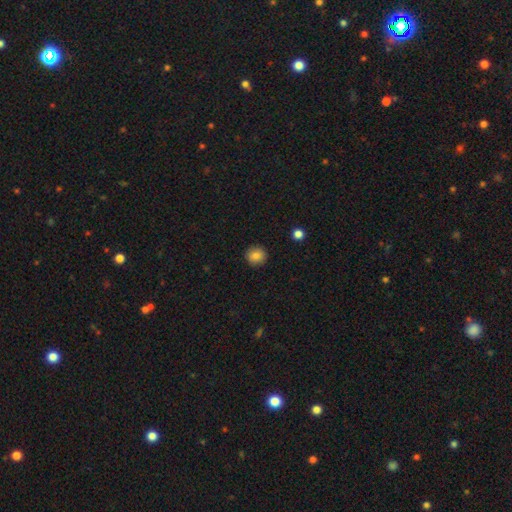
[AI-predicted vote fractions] Morphology: type=smooth (85%); roundness=round (89%); merging=none (91%).